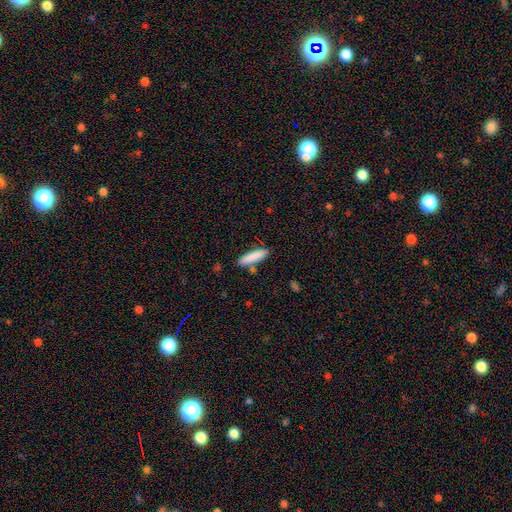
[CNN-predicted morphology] A smooth galaxy with no disk features (85%) that is cigar-shaped (76%). Merging: none (82%).